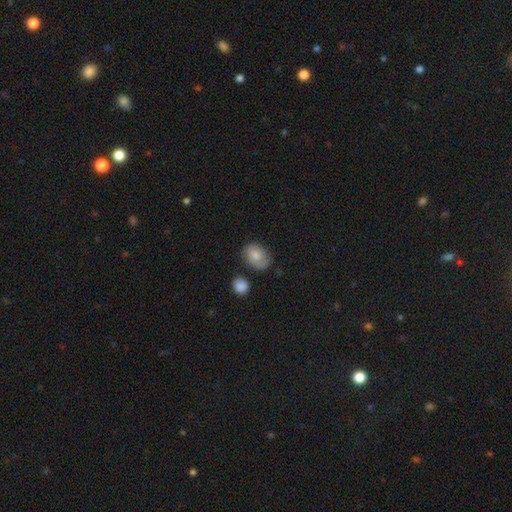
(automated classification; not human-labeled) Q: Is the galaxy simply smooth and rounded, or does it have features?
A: smooth — 71%.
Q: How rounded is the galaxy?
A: in between — 71%.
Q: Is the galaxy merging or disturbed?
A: none — 68%.